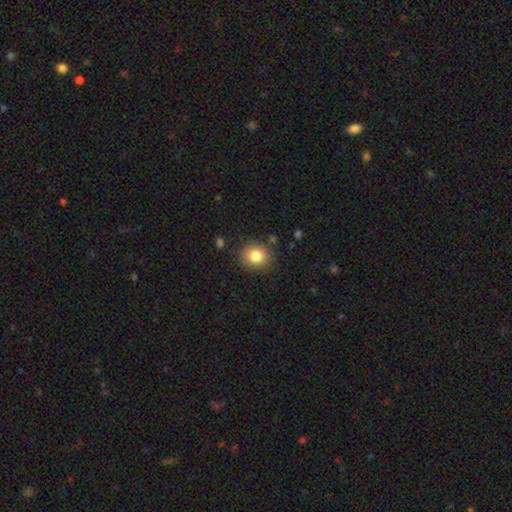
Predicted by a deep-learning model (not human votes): A smooth galaxy with no disk features (82%) that is round (78%).

Vote fractions:
- Smooth or featured? smooth: 82% / star or artifact: 10% / featured or disk: 8%
- How rounded? round: 78% / in between: 21% / cigar-shaped: 1%
- Merging? none: 86% / minor disturbance: 9% / major disturbance: 3% / merger: 2%